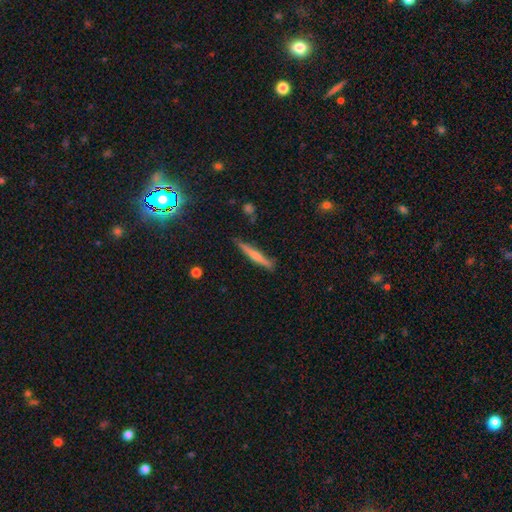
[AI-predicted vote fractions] This appears to be a smooth galaxy with no disk features (47%). Merging: none (85%).